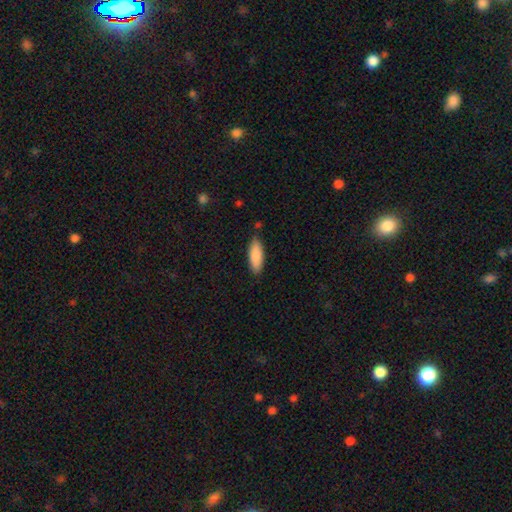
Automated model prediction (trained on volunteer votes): smooth_or_featured: smooth (p=0.87) [alt: featured or disk p=0.07]
how_rounded: in between (p=0.65) [alt: cigar-shaped p=0.34]
merging: none (p=0.84) [alt: minor disturbance p=0.12]